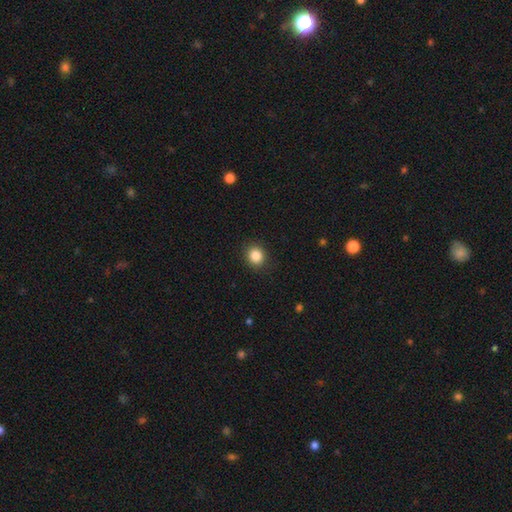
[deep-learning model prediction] Morphology: type=smooth (85%); roundness=round (81%); merging=none (90%).